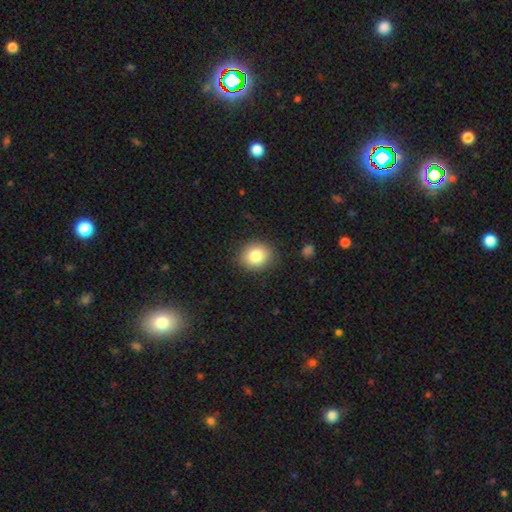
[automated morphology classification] Smooth or featured: smooth — 83% (star or artifact — 9%)
How rounded: round — 72% (in between — 27%)
Merging: none — 88% (minor disturbance — 9%)